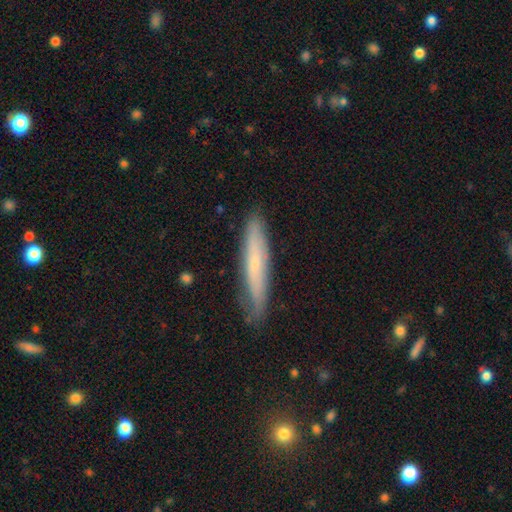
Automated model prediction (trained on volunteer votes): smooth_or_featured: smooth (p=0.50) [alt: featured or disk p=0.42]
how_rounded: cigar-shaped (p=0.93) [alt: in between p=0.06]
merging: none (p=0.85) [alt: minor disturbance p=0.12]